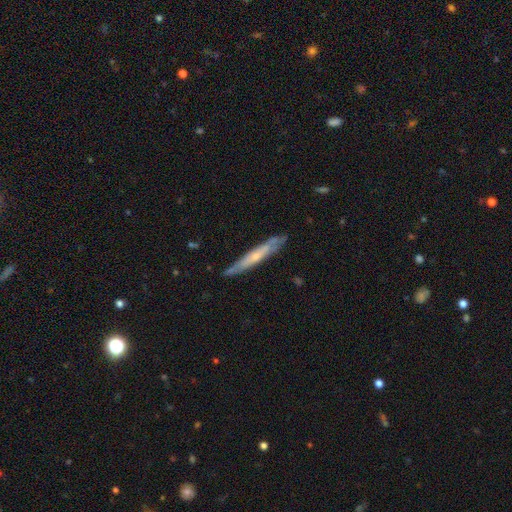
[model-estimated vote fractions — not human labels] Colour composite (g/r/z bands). It shows a featured or disk galaxy (56%) viewed edge-on (82%). Merging: none (79%).